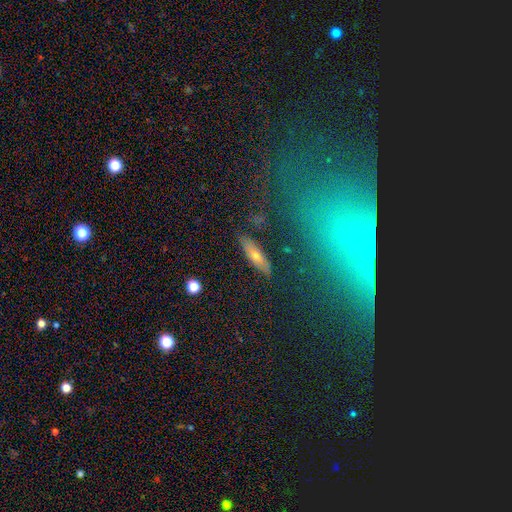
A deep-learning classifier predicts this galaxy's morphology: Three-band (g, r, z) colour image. It shows a smooth galaxy with no disk features (54%) that is cigar-shaped (61%). Merging: none (85%).